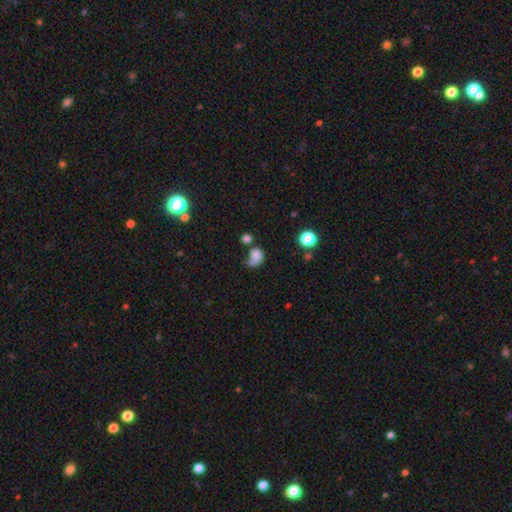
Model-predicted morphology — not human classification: smooth-or-featured: smooth: 72% | featured or disk: 16% | star or artifact: 12%
  how-rounded: round: 54% | in between: 44% | cigar-shaped: 1%
  merging: none: 29% | major disturbance: 28% | merger: 22% | minor disturbance: 22%